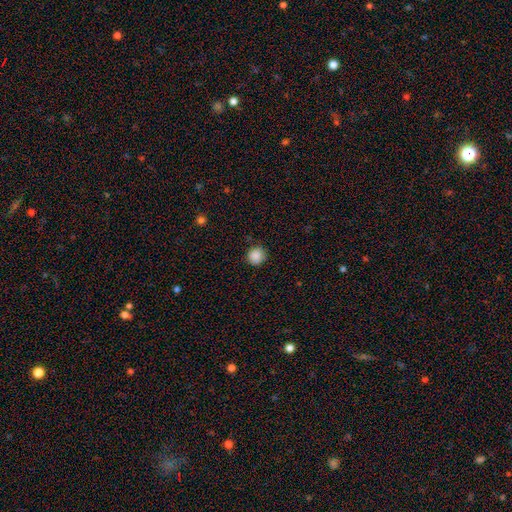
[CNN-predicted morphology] smooth_or_featured: smooth (p=0.87) [alt: star or artifact p=0.09]
how_rounded: round (p=0.91) [alt: in between p=0.08]
merging: none (p=0.87) [alt: minor disturbance p=0.10]